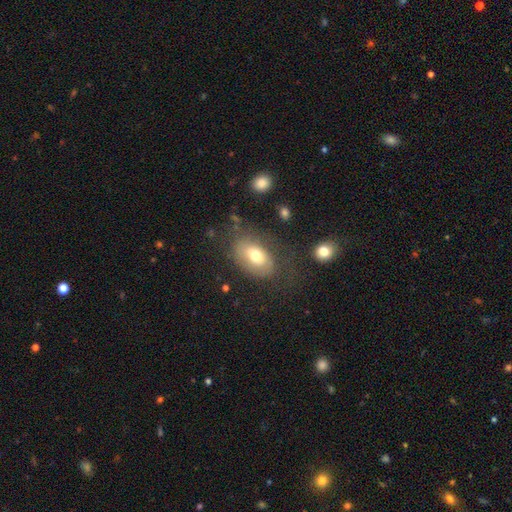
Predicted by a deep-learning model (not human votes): Smooth or featured: smooth — 65% (featured or disk — 26%)
How rounded: in between — 85% (round — 13%)
Merging: none — 62% (minor disturbance — 20%)